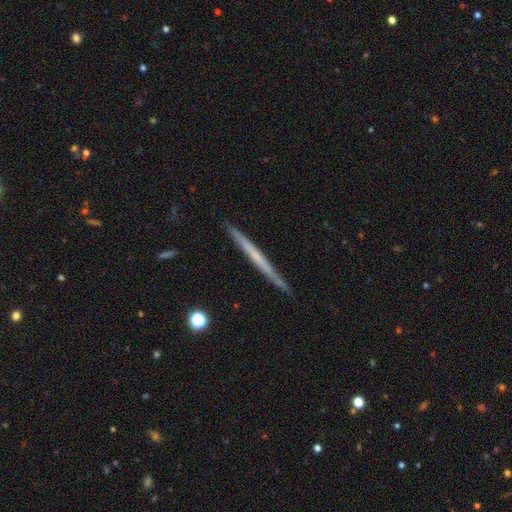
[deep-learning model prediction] featured or disk 59%, smooth 36%, star or artifact 6%. Down the decision tree: edge-on disk — yes (97%); edge-on bulge — none (86%); merging — none (90%).